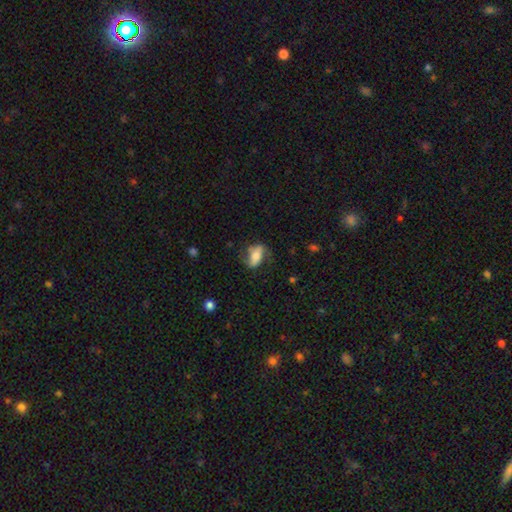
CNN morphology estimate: Q: Smooth or featured?
A: smooth (51%); runner-up: featured or disk (42%)
Q: How rounded?
A: in between (83%); runner-up: cigar-shaped (9%)
Q: Merging?
A: none (60%); runner-up: minor disturbance (24%)